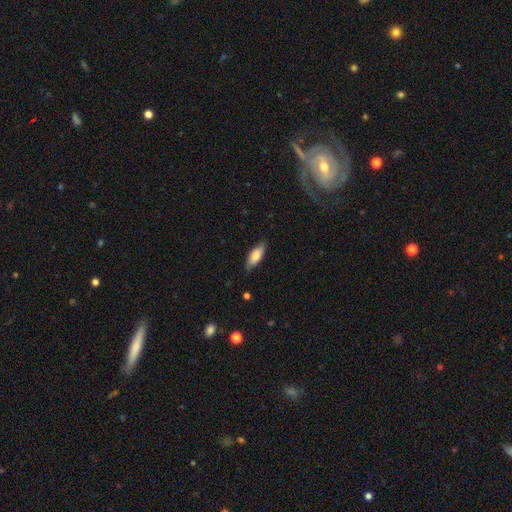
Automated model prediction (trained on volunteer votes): Q: Smooth or featured?
A: smooth (79%); runner-up: featured or disk (15%)
Q: How rounded?
A: in between (72%); runner-up: cigar-shaped (26%)
Q: Merging?
A: none (80%); runner-up: minor disturbance (16%)